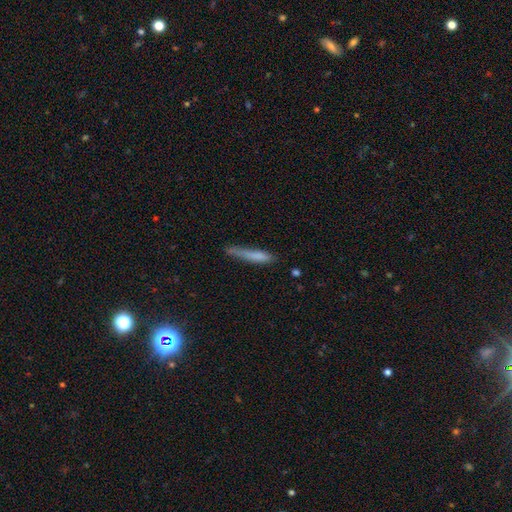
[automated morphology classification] The model was most divided on "merging": none: 57%, minor disturbance: 29%, major disturbance: 10%, merger: 4%. More confident: how rounded — cigar-shaped (91%); smooth or featured — smooth (73%).